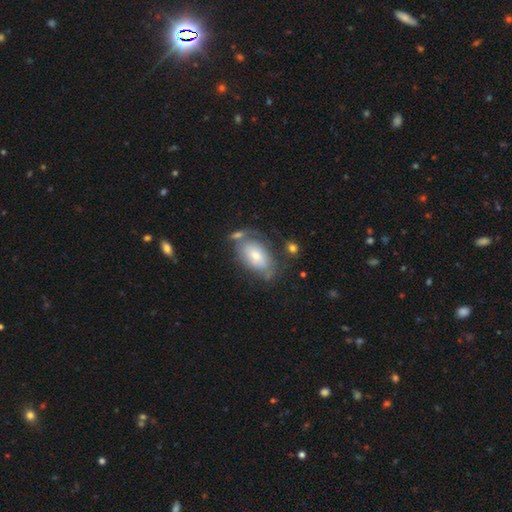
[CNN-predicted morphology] Smooth or featured? smooth (55%)
How rounded? in between (90%)
Merging? none (47%)